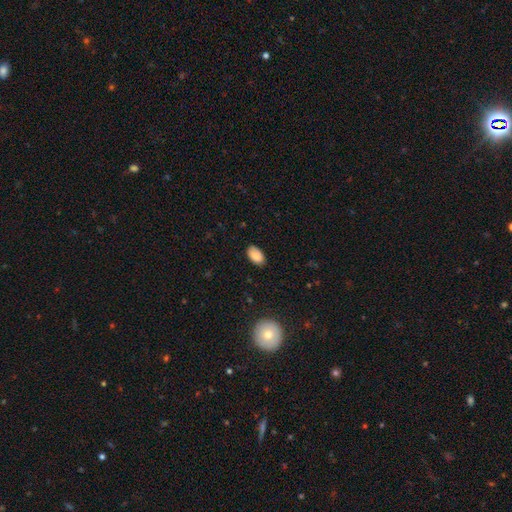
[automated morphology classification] type=smooth (87%); roundness=in between (94%); merging=none (83%).